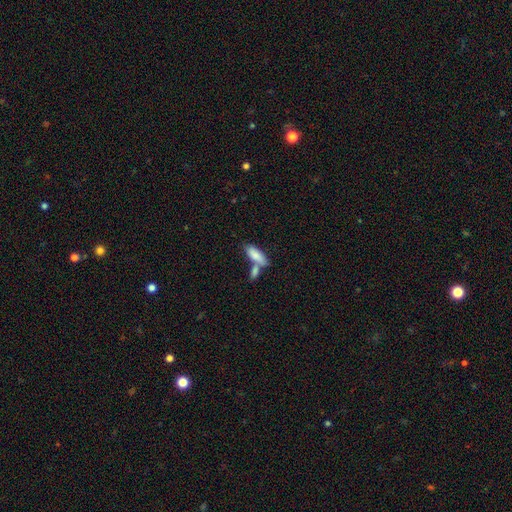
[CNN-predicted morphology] This appears to be a smooth galaxy with no disk features (82%) that is in between round and cigar-shaped (72%). Merging: merger (44%).